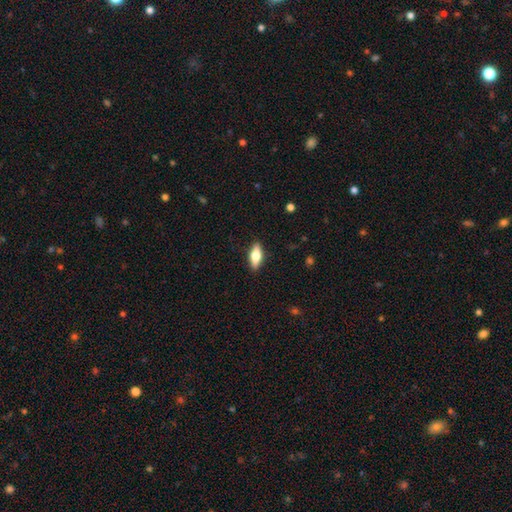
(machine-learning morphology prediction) Smooth or featured? Predicted: smooth (p=0.57). How rounded? Predicted: in between (p=0.71). Merging? Predicted: none (p=0.89).